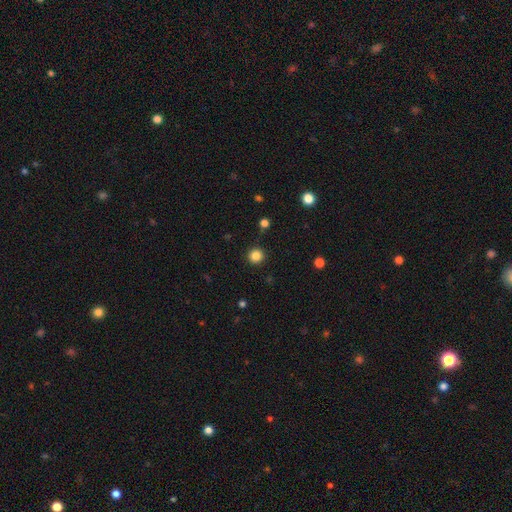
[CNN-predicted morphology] Smooth or featured? smooth (84%)
How rounded? round (95%)
Merging? none (91%)